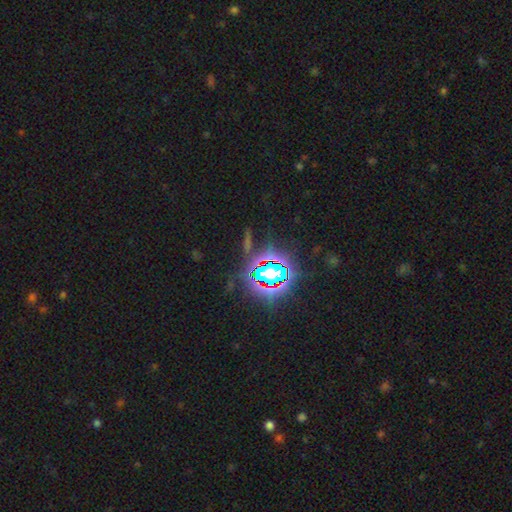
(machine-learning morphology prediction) A star or artifact, not a galaxy (83%).